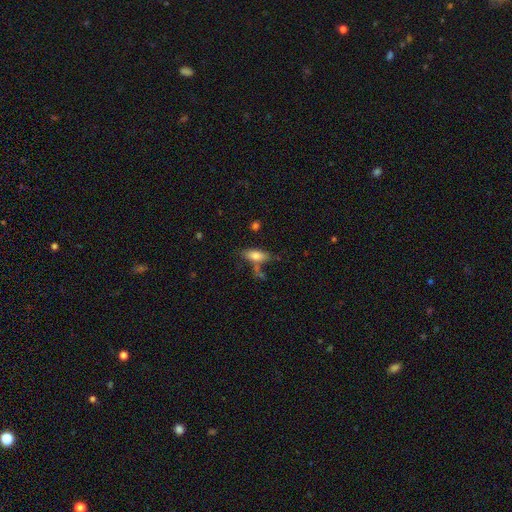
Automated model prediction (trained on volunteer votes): Smooth or featured?
  - smooth: 75% *
  - featured or disk: 17%
  - star or artifact: 8%
How rounded?
  - in between: 75% *
  - cigar-shaped: 22%
  - round: 3%
Merging?
  - none: 59% *
  - minor disturbance: 19%
  - merger: 14%
  - major disturbance: 8%